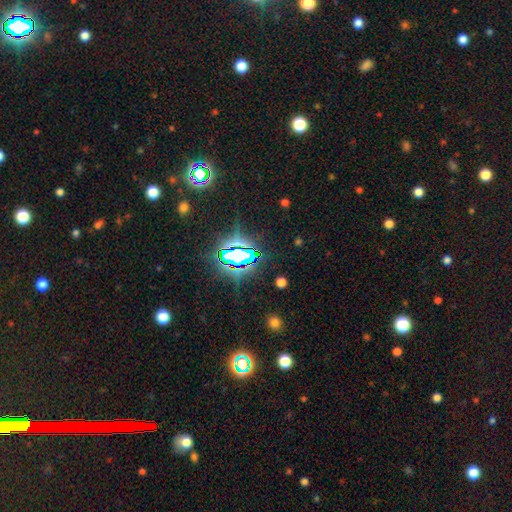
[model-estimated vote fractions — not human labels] Morphology: type=star or artifact (82%).